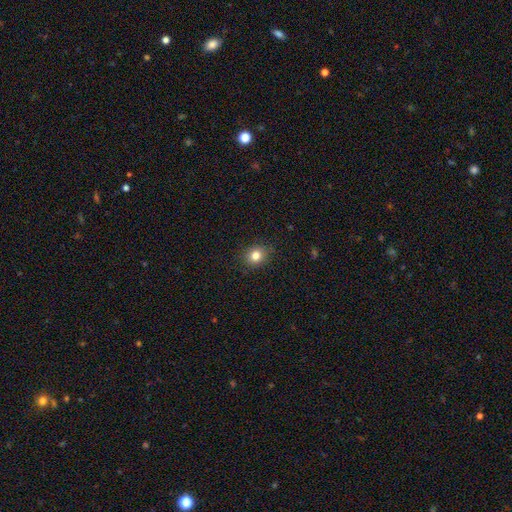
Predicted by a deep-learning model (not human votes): smooth-or-featured: smooth: 81% | star or artifact: 12% | featured or disk: 7%
  how-rounded: round: 73% | in between: 26% | cigar-shaped: 1%
  merging: none: 88% | minor disturbance: 9% | major disturbance: 2% | merger: 1%